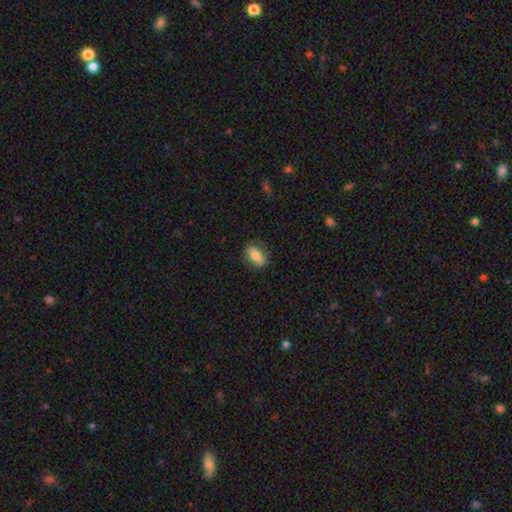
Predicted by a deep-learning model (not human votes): A smooth galaxy with no disk features (75%) that is in between round and cigar-shaped (82%). Merging: none (82%).